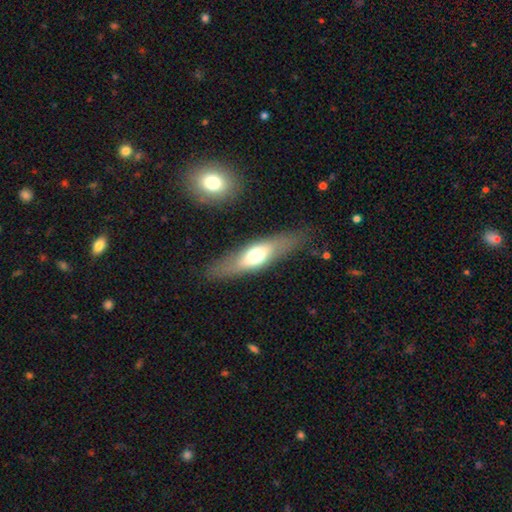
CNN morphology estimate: Smooth or featured?
  - smooth: 48% *
  - featured or disk: 45%
  - star or artifact: 7%
Merging?
  - none: 83% *
  - minor disturbance: 11%
  - major disturbance: 4%
  - merger: 2%